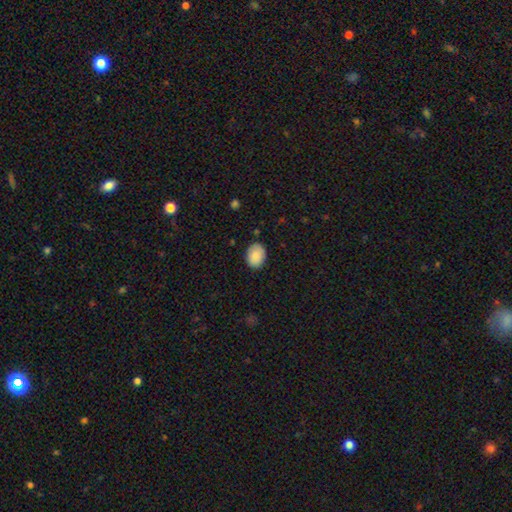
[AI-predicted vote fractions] smooth_or_featured: smooth (p=0.87) [alt: star or artifact p=0.07]
how_rounded: in between (p=0.66) [alt: round p=0.33]
merging: none (p=0.84) [alt: minor disturbance p=0.12]